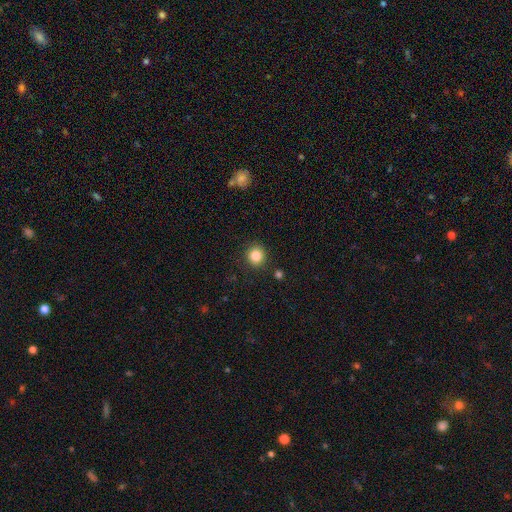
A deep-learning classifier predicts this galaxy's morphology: smooth-or-featured: smooth: 84% | star or artifact: 11% | featured or disk: 5%
  how-rounded: round: 89% | in between: 10% | cigar-shaped: 1%
  merging: none: 89% | minor disturbance: 7% | major disturbance: 2% | merger: 2%